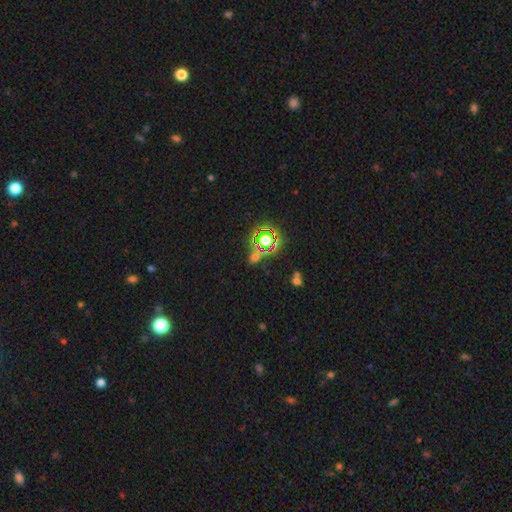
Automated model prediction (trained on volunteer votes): Smooth or featured: star or artifact — 68% (smooth — 23%)